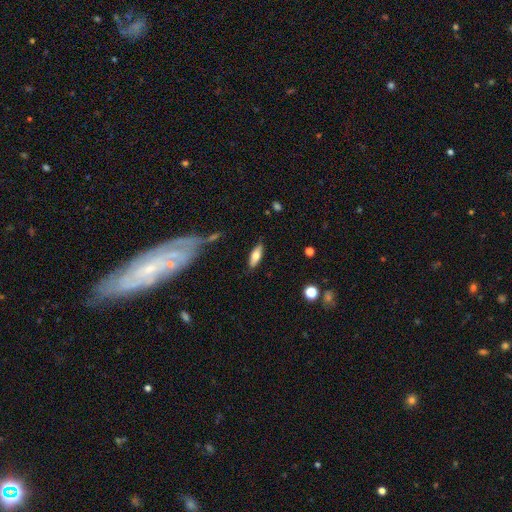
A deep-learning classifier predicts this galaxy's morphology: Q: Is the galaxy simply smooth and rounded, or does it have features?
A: smooth — 68%.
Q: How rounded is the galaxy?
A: in between — 66%.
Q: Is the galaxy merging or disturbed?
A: none — 83%.